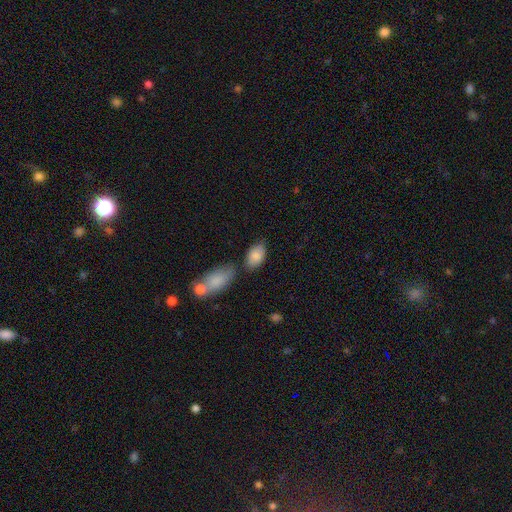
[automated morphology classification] type=smooth (85%); roundness=in between (92%); merging=none (66%).